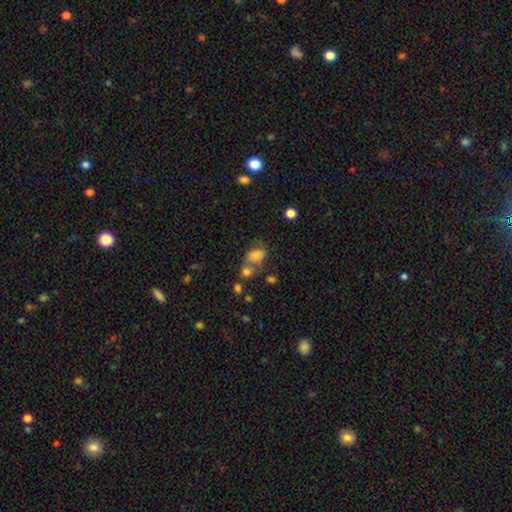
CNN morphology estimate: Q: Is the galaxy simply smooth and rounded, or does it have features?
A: smooth — 72%.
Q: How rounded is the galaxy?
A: in between — 80%.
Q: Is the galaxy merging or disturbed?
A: merger — 34%.